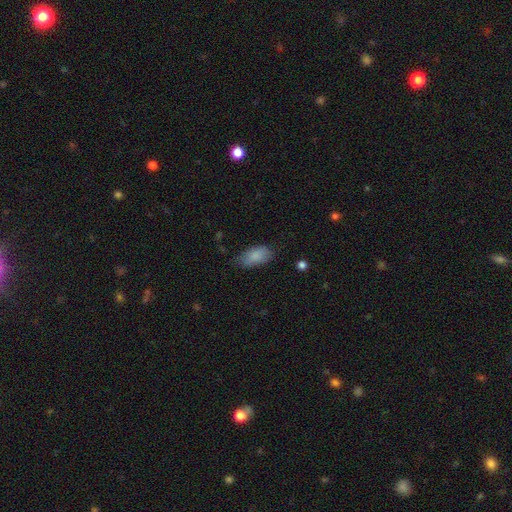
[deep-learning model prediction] smooth_or_featured: smooth (p=0.86) [alt: featured or disk p=0.07]
how_rounded: in between (p=0.92) [alt: cigar-shaped p=0.05]
merging: none (p=0.69) [alt: minor disturbance p=0.24]